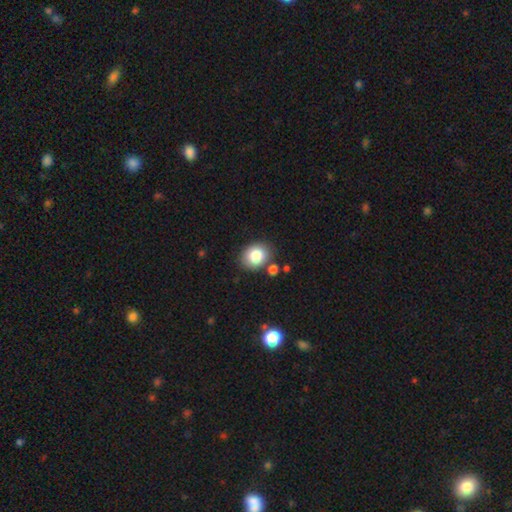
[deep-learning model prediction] This is clearly a smooth galaxy (82%). How rounded: possibly round (58%). Merging: likely none (79%).